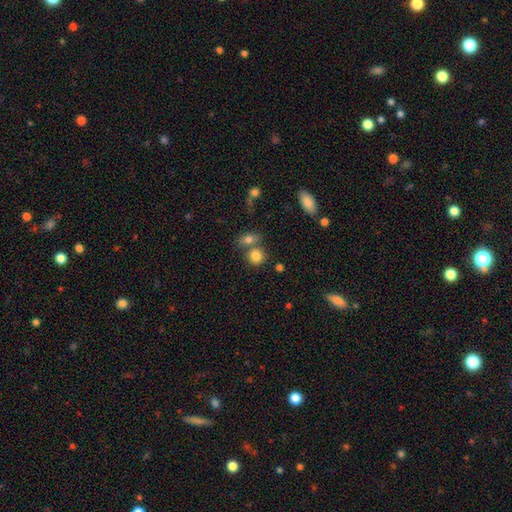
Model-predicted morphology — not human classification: This appears to be a smooth galaxy with no disk features (82%) that is round (78%). Merging: none (57%).